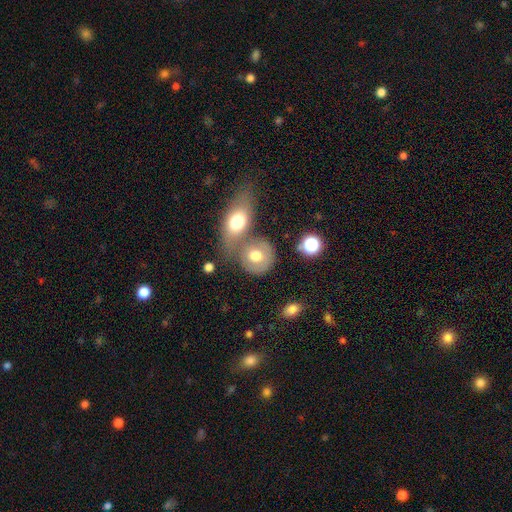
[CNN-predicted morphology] Q: Smooth or featured?
A: smooth (66%); runner-up: featured or disk (25%)
Q: How rounded?
A: round (72%); runner-up: in between (26%)
Q: Merging?
A: none (41%); runner-up: merger (39%)